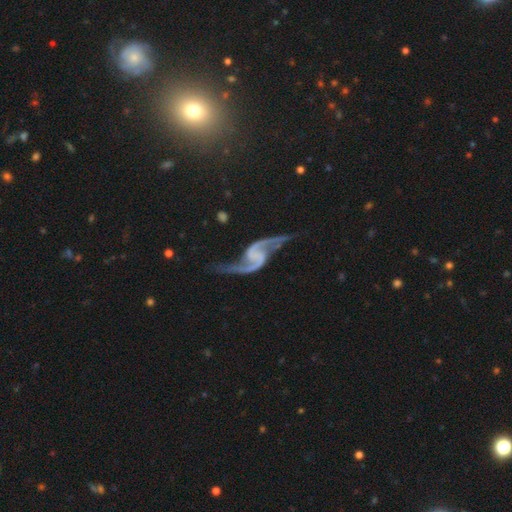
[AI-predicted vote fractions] The model was most divided on "bar": no: 44%, weak: 38%, strong: 18%. More confident: spiral arms — yes (98%); edge-on disk — no (98%); spiral arm count — 2 (95%); smooth or featured — featured or disk (93%); spiral winding — loose (78%); merging — none (68%); bulge size — none (66%).